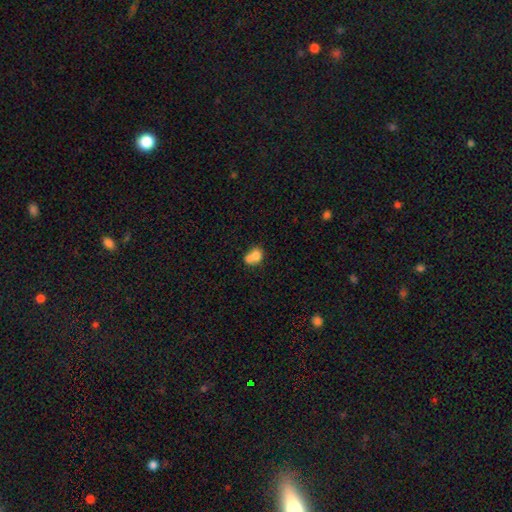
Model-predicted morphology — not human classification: smooth_or_featured: smooth (p=0.73) [alt: featured or disk p=0.18]
how_rounded: round (p=0.55) [alt: in between p=0.44]
merging: merger (p=0.63) [alt: none p=0.24]